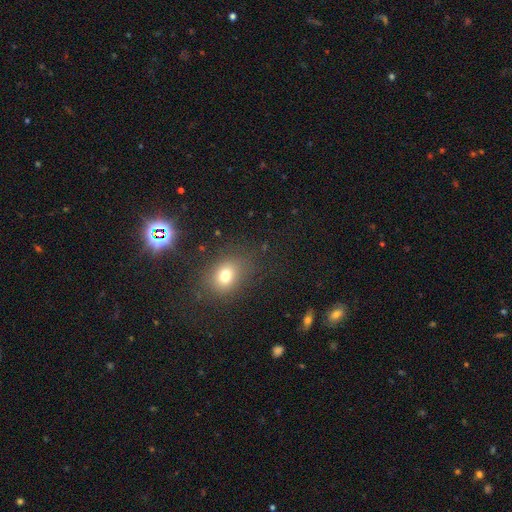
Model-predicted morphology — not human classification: type=smooth (57%); roundness=round (59%); merging=none (83%).